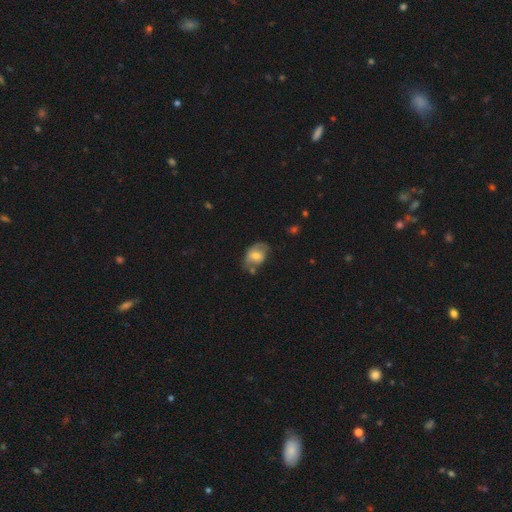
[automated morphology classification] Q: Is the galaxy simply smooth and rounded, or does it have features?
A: smooth — 47%.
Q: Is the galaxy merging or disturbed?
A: none — 48%.